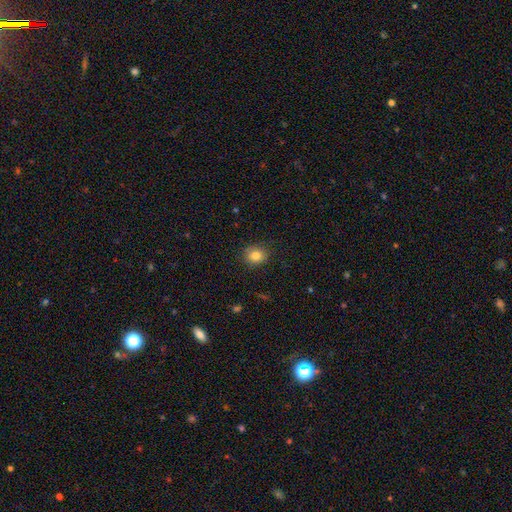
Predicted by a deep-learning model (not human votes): Smooth or featured? Predicted: smooth (p=0.83). How rounded? Predicted: round (p=0.74). Merging? Predicted: none (p=0.85).